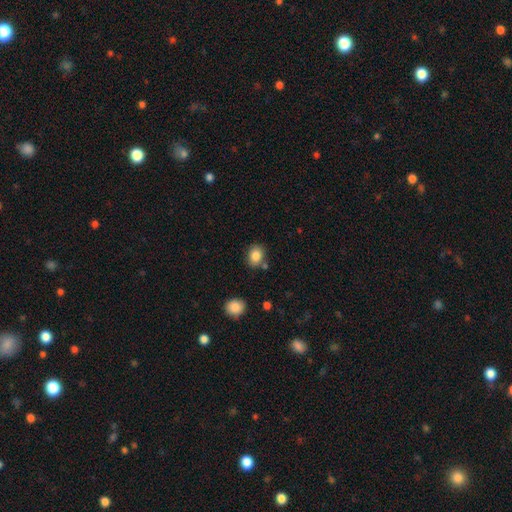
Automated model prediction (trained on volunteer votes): smooth 85%, star or artifact 9%, featured or disk 6%. Down the decision tree: how rounded — in between (54%); merging — none (76%).